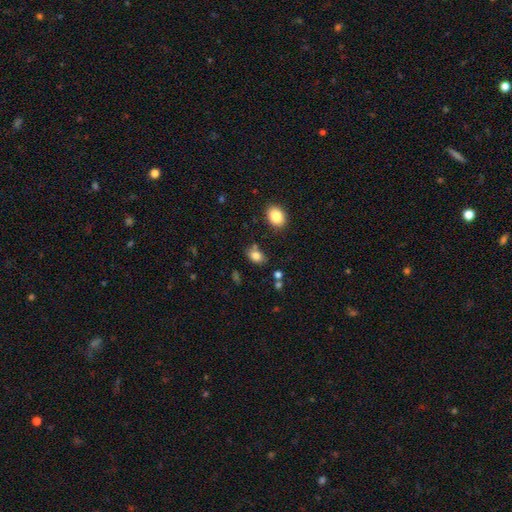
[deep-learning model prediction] Smooth or featured? Predicted: smooth (p=0.82). How rounded? Predicted: in between (p=0.79). Merging? Predicted: none (p=0.71).